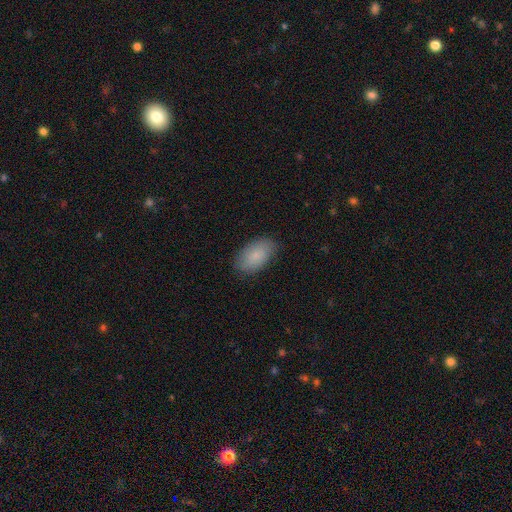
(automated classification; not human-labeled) Morphology: type=smooth (84%); roundness=in between (94%); merging=none (83%).